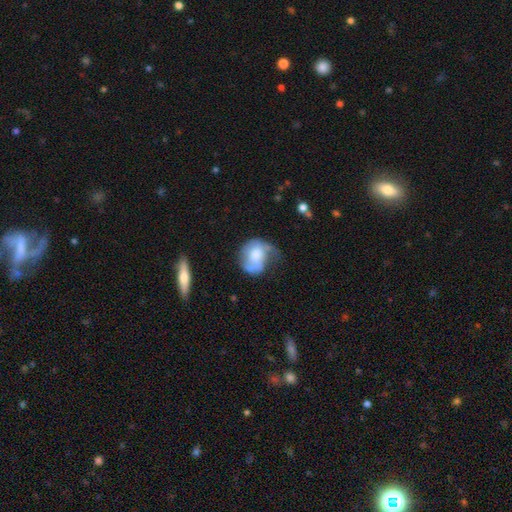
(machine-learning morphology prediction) A smooth galaxy with no disk features (48%).

Vote fractions:
- Smooth or featured? smooth: 48% / featured or disk: 45% / star or artifact: 7%
- Merging? minor disturbance: 33% / none: 31% / major disturbance: 31% / merger: 5%